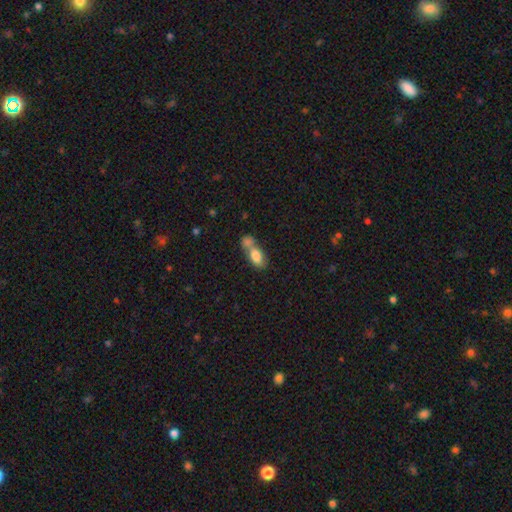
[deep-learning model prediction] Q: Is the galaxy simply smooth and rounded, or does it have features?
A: smooth — 78%.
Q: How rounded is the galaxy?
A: in between — 83%.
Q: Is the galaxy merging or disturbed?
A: merger — 62%.